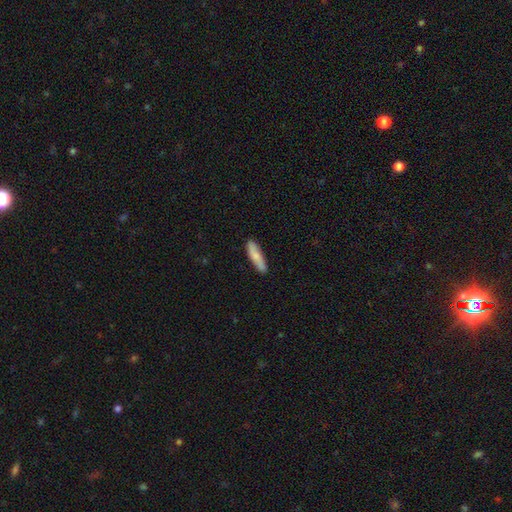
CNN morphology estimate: This appears to be a smooth galaxy with no disk features (74%) that is cigar-shaped (68%). Merging: none (86%).